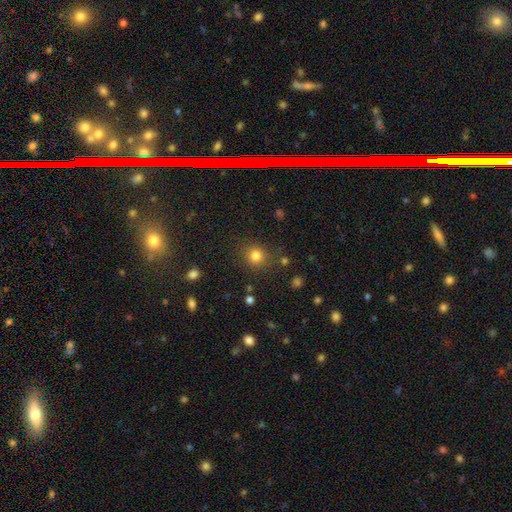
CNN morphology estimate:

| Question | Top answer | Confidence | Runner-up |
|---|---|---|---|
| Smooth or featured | smooth | 81% | star or artifact (14%) |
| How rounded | round | 90% | in between (9%) |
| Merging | none | 85% | minor disturbance (9%) |